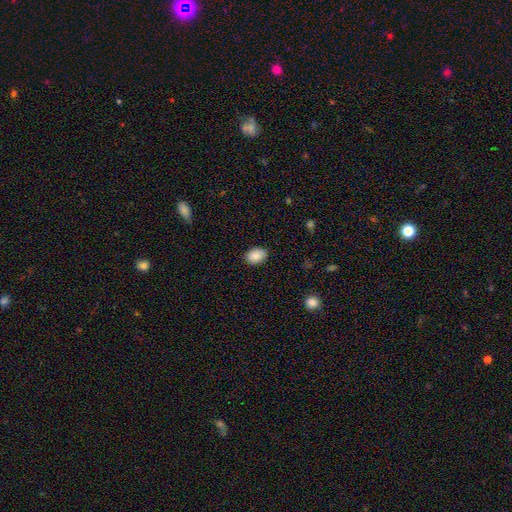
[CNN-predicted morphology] The model was most divided on "how rounded": in between: 79%, round: 20%, cigar-shaped: 1%. More confident: smooth or featured — smooth (88%); merging — none (84%).